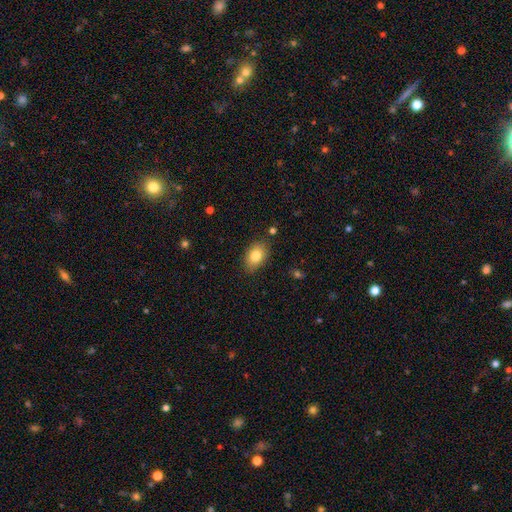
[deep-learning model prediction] Smooth or featured? Predicted: smooth (p=0.83). How rounded? Predicted: in between (p=0.87). Merging? Predicted: none (p=0.83).